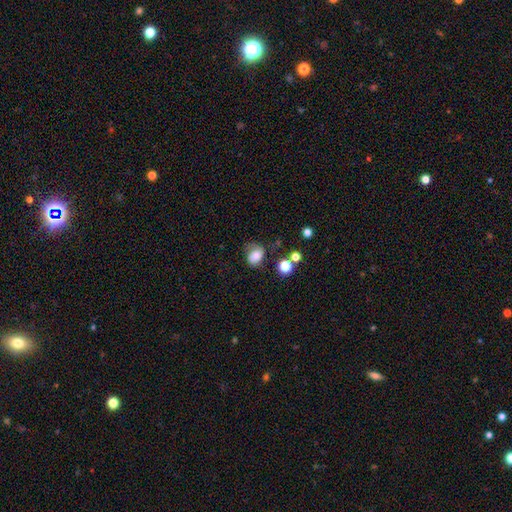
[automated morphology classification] The model was most divided on "how rounded": in between: 54%, round: 45%, cigar-shaped: 1%. Remaining: smooth or featured — smooth (73%); merging — none (45%).